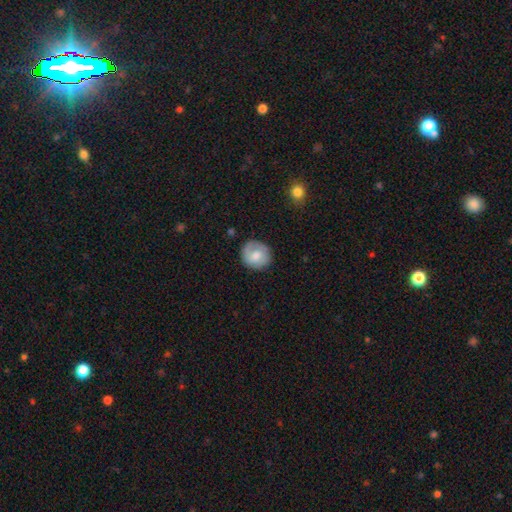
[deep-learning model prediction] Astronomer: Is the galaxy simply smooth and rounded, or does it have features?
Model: smooth — 69%.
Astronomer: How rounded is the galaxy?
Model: round — 86%.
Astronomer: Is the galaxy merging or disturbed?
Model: none — 79%.